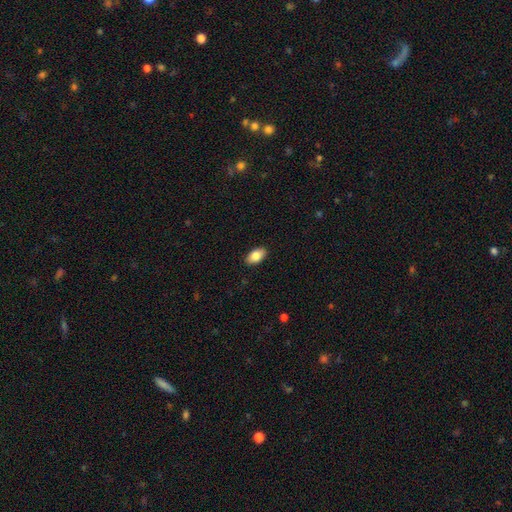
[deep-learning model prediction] This is clearly a smooth galaxy (84%). How rounded: clearly in between (93%). Merging: clearly none (90%).